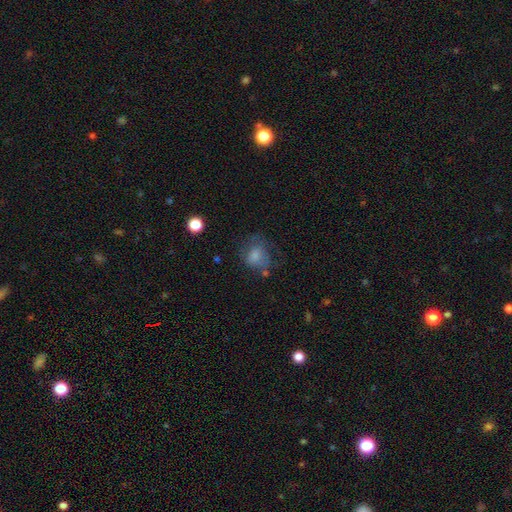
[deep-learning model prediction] The model was most divided on "how rounded": round: 53%, in between: 46%, cigar-shaped: 1%. Remaining: smooth or featured — smooth (69%); merging — none (43%).